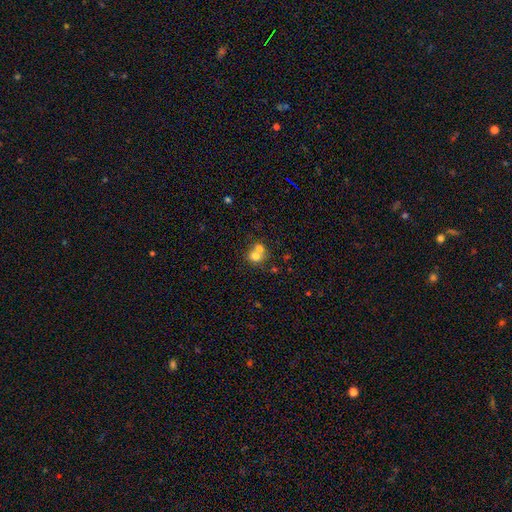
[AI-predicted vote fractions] Q: Smooth or featured?
A: smooth (70%); runner-up: featured or disk (18%)
Q: How rounded?
A: round (77%); runner-up: in between (22%)
Q: Merging?
A: merger (61%); runner-up: none (31%)